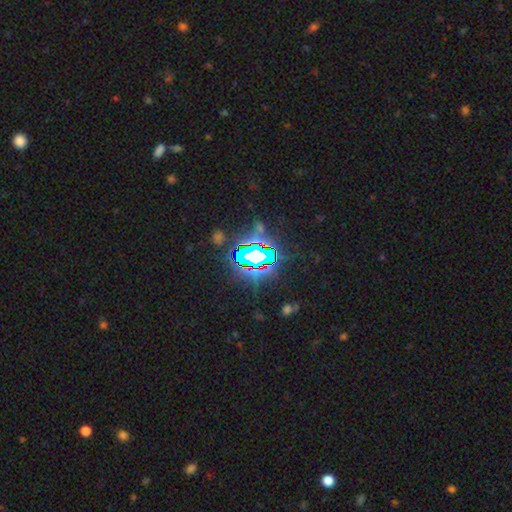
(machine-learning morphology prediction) This appears to be a star or artifact, not a galaxy (78%).